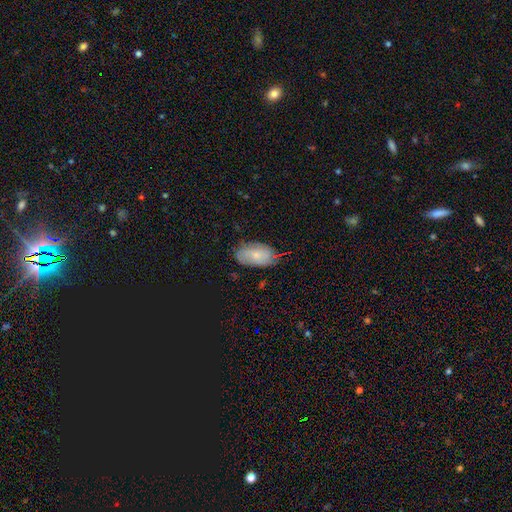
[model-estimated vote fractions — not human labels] A smooth galaxy with no disk features (62%) that is in between round and cigar-shaped (93%).

Vote fractions:
- Smooth or featured? smooth: 62% / featured or disk: 31% / star or artifact: 7%
- How rounded? in between: 93% / round: 4% / cigar-shaped: 2%
- Merging? none: 68% / minor disturbance: 25% / major disturbance: 5% / merger: 1%